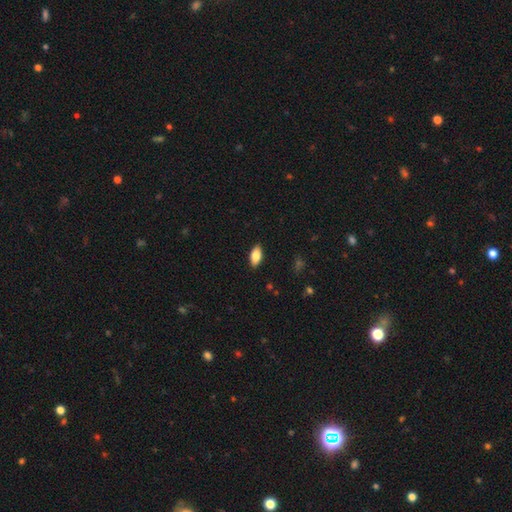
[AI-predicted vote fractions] A smooth galaxy with no disk features (82%) that is in between round and cigar-shaped (90%). Merging: none (89%).